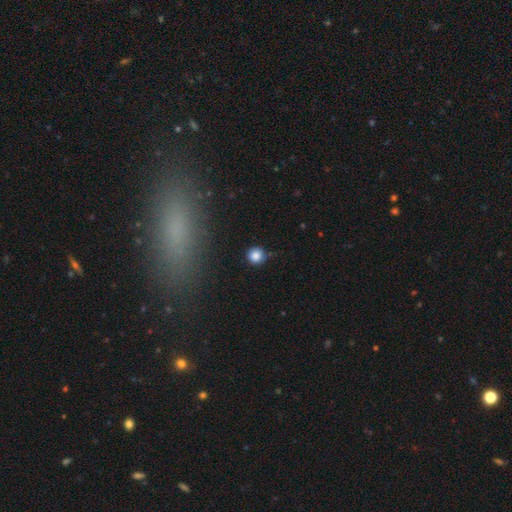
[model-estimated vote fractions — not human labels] Q: Smooth or featured?
A: smooth (84%); runner-up: star or artifact (11%)
Q: How rounded?
A: round (93%); runner-up: in between (6%)
Q: Merging?
A: none (77%); runner-up: minor disturbance (16%)